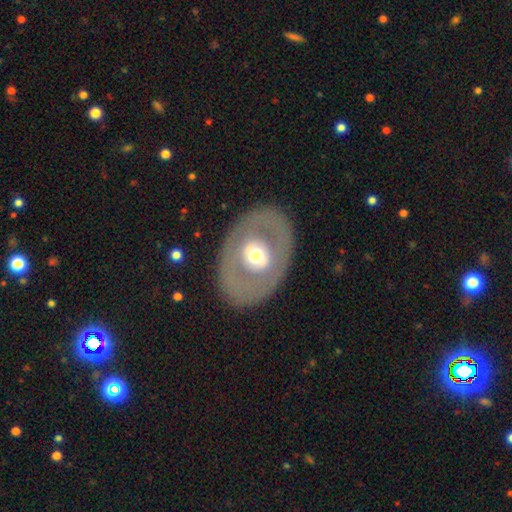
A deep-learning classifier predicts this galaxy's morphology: smooth_or_featured: featured or disk (p=0.56) [alt: smooth p=0.38]
disk_edge_on: no (p=0.91) [alt: yes p=0.09]
bar: no (p=0.71) [alt: weak p=0.19]
has_spiral_arms: no (p=0.90) [alt: yes p=0.10]
bulge_size: moderate (p=0.65) [alt: large p=0.22]
merging: none (p=0.83) [alt: minor disturbance p=0.10]